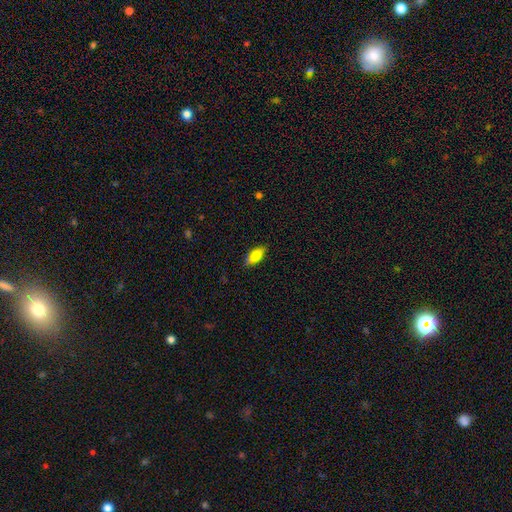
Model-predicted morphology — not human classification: Q: Smooth or featured?
A: smooth (79%); runner-up: featured or disk (14%)
Q: How rounded?
A: in between (88%); runner-up: cigar-shaped (9%)
Q: Merging?
A: none (79%); runner-up: minor disturbance (17%)